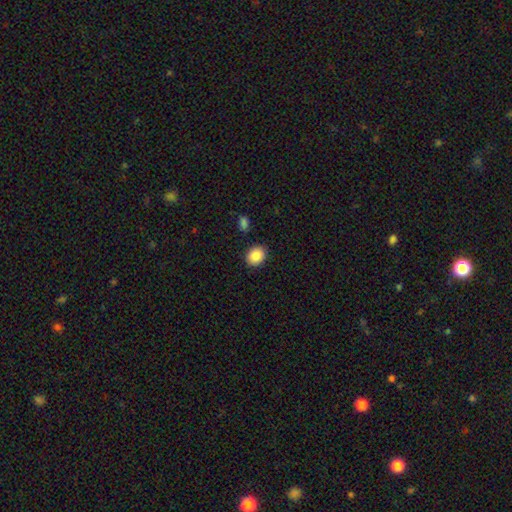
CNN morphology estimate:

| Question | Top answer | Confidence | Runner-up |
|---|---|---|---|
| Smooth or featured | smooth | 88% | star or artifact (8%) |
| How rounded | round | 58% | in between (41%) |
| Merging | none | 88% | minor disturbance (8%) |